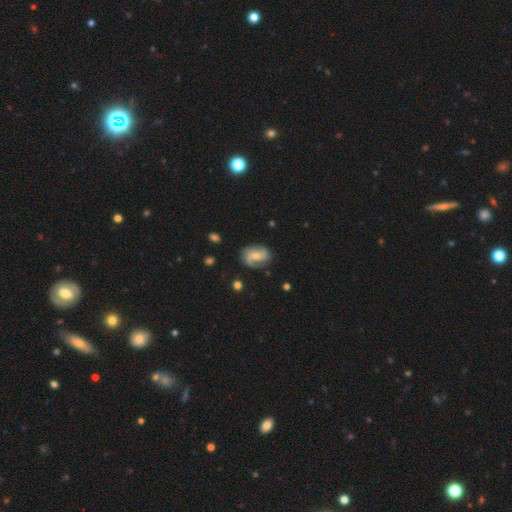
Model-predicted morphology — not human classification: smooth-or-featured: featured or disk: 72% | smooth: 21% | star or artifact: 7%
  disk-edge-on: no: 97% | yes: 3%
    bar: no: 45% | weak: 42% | strong: 13%
    has-spiral-arms: yes: 93% | no: 7%
      spiral-winding: medium: 41% | loose: 38% | tight: 21%
      spiral-arm-count: 2: 73% | 1: 10% | can't tell: 9% | 3: 5% | 4: 2% | more than 4: 1%
    bulge-size: moderate: 47% | small: 44% | none: 5% | large: 3% | dominant: 1%
  merging: none: 71% | minor disturbance: 20% | major disturbance: 8% | merger: 2%